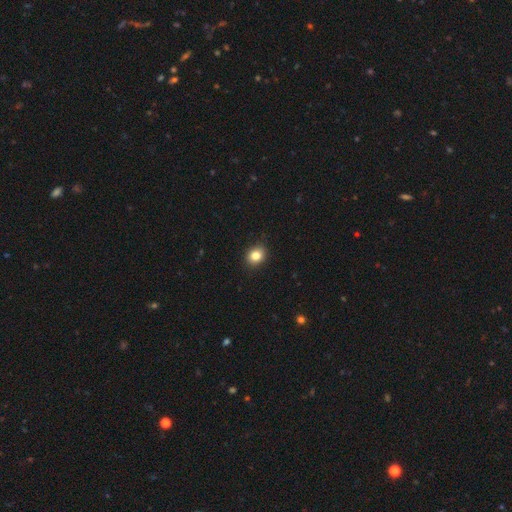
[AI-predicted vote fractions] Q: Smooth or featured?
A: smooth (83%); runner-up: star or artifact (10%)
Q: How rounded?
A: round (56%); runner-up: in between (43%)
Q: Merging?
A: none (89%); runner-up: minor disturbance (8%)